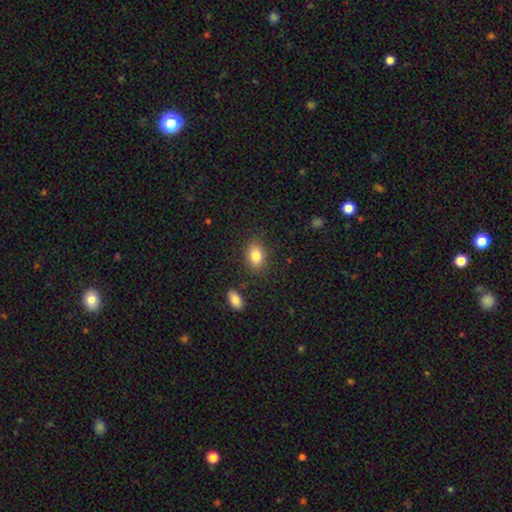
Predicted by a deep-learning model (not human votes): A smooth galaxy with no disk features (83%) that is in between round and cigar-shaped (73%).

Vote fractions:
- Smooth or featured? smooth: 83% / star or artifact: 9% / featured or disk: 8%
- How rounded? in between: 73% / round: 26% / cigar-shaped: 1%
- Merging? none: 83% / minor disturbance: 11% / major disturbance: 3% / merger: 2%